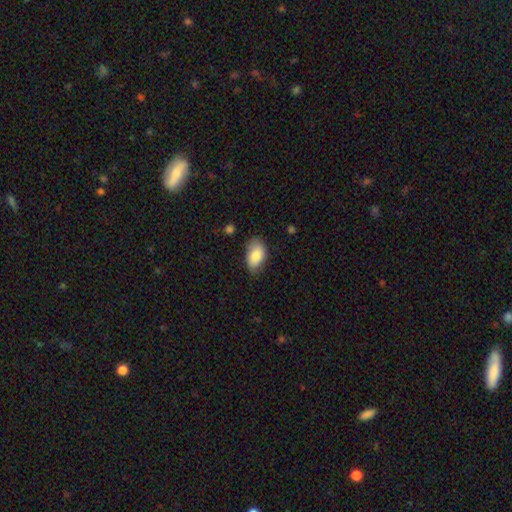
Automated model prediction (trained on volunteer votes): A smooth galaxy with no disk features (82%) that is in between round and cigar-shaped (92%).

Vote fractions:
- Smooth or featured? smooth: 82% / featured or disk: 12% / star or artifact: 7%
- How rounded? in between: 92% / round: 6% / cigar-shaped: 1%
- Merging? none: 72% / minor disturbance: 23% / major disturbance: 4% / merger: 2%